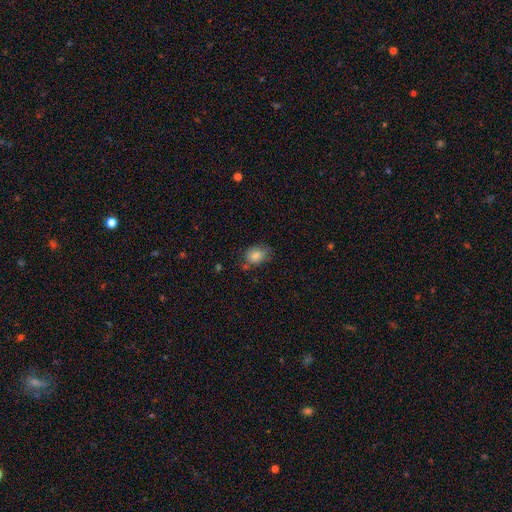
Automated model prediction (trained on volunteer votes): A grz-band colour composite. It shows a smooth galaxy with no disk features (81%) that is in between round and cigar-shaped (70%). Merging: none (60%).